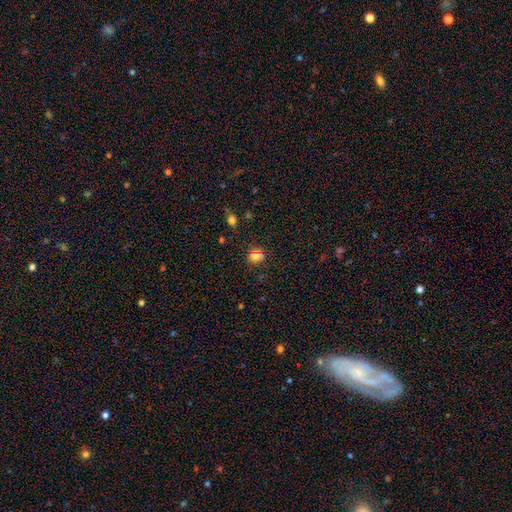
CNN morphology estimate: Overall: smooth (76%). How rounded: round (73%). Merging: none (68%).